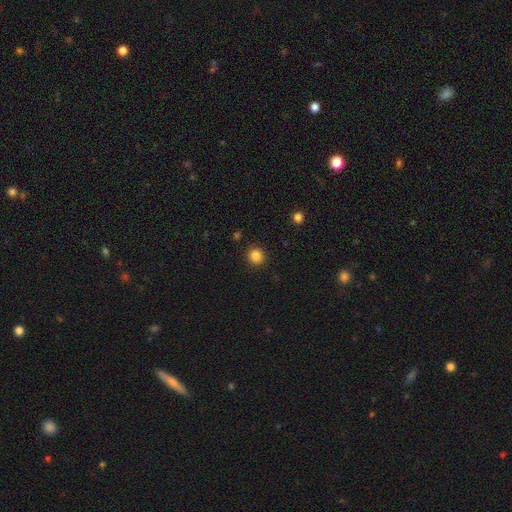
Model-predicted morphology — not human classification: This appears to be a smooth galaxy with no disk features (85%) that is round (91%). Merging: none (91%).